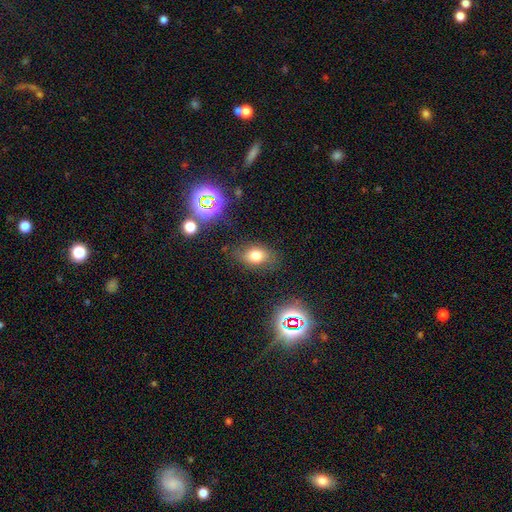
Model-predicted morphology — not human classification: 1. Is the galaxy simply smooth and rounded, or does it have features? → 73% smooth, 15% star or artifact, 12% featured or disk.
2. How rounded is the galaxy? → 78% in between, 20% round, 2% cigar-shaped.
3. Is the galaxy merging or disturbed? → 76% none, 16% minor disturbance, 5% major disturbance, 3% merger.